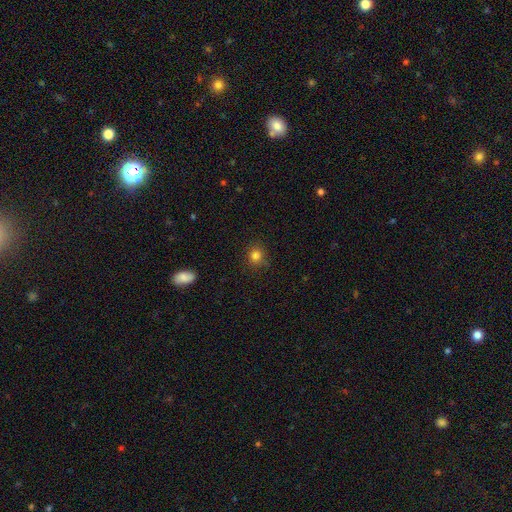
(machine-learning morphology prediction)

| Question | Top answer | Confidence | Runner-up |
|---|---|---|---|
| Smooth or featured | smooth | 82% | star or artifact (13%) |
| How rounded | round | 84% | in between (15%) |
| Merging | none | 85% | minor disturbance (11%) |